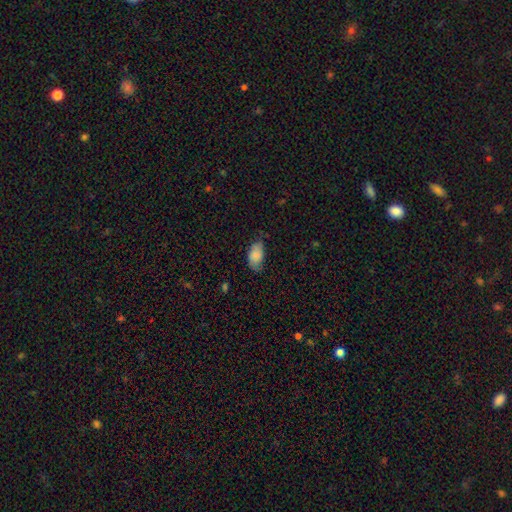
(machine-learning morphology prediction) Smooth or featured: smooth — 83% (featured or disk — 10%)
How rounded: in between — 94% (round — 4%)
Merging: none — 60% (minor disturbance — 32%)